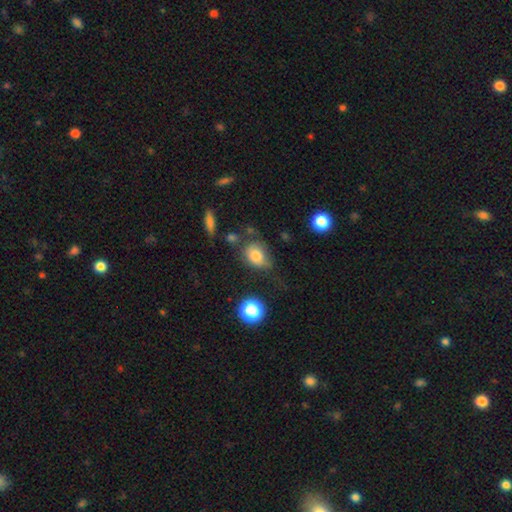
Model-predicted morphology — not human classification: Q: Smooth or featured?
A: smooth (79%); runner-up: featured or disk (11%)
Q: How rounded?
A: in between (64%); runner-up: round (34%)
Q: Merging?
A: none (45%); runner-up: minor disturbance (31%)